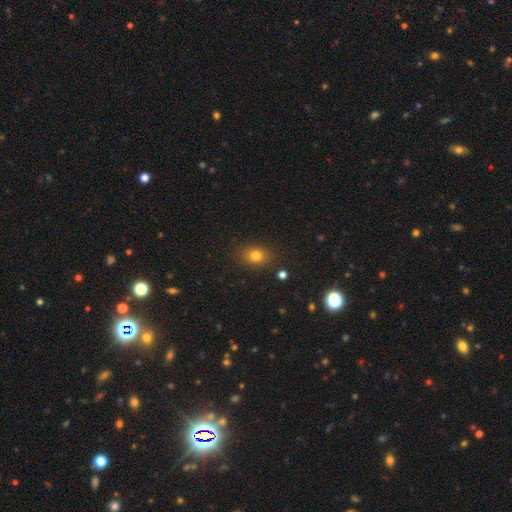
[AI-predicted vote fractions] Smooth or featured?
  - smooth: 79% *
  - star or artifact: 13%
  - featured or disk: 8%
How rounded?
  - in between: 56% *
  - round: 43%
  - cigar-shaped: 1%
Merging?
  - none: 83% *
  - minor disturbance: 11%
  - major disturbance: 3%
  - merger: 2%